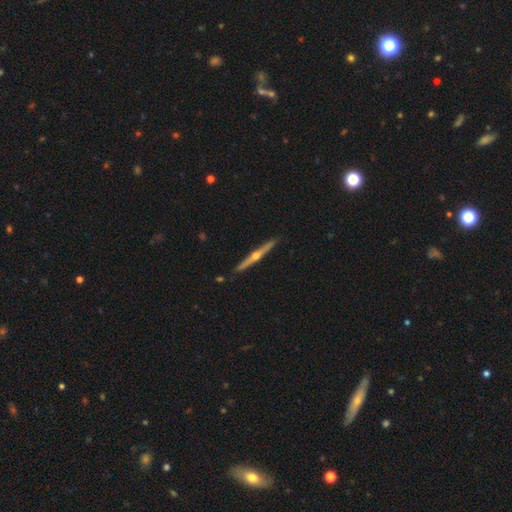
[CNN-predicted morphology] smooth_or_featured: featured or disk (p=0.81) [alt: smooth p=0.14]
disk_edge_on: yes (p=0.98) [alt: no p=0.02]
edge_on_bulge: rounded (p=0.94) [alt: none p=0.04]
merging: none (p=0.92) [alt: minor disturbance p=0.06]